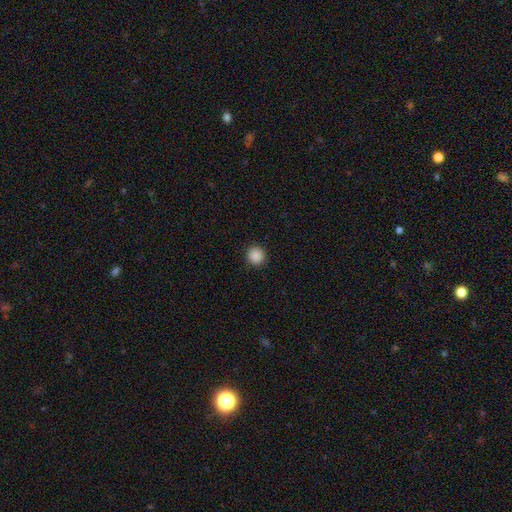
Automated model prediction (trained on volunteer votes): The model was most divided on "smooth or featured": smooth: 88%, star or artifact: 9%, featured or disk: 2%. More confident: how rounded — round (94%); merging — none (92%).